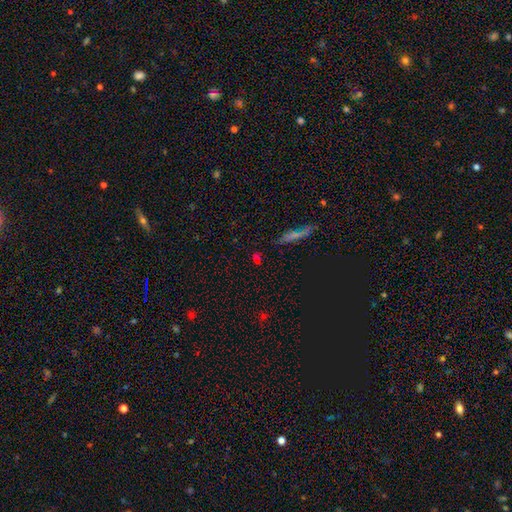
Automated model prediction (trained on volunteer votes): Morphology: type=smooth (58%); roundness=in between (48%); merging=none (78%).